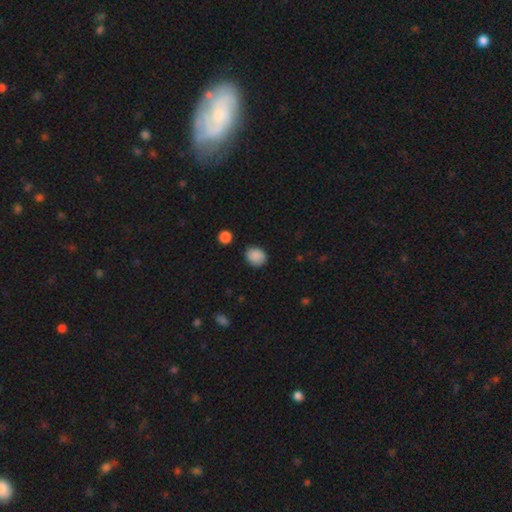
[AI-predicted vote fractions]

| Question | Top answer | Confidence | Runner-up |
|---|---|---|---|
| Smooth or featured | smooth | 88% | star or artifact (9%) |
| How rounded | round | 60% | in between (39%) |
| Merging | none | 85% | minor disturbance (11%) |